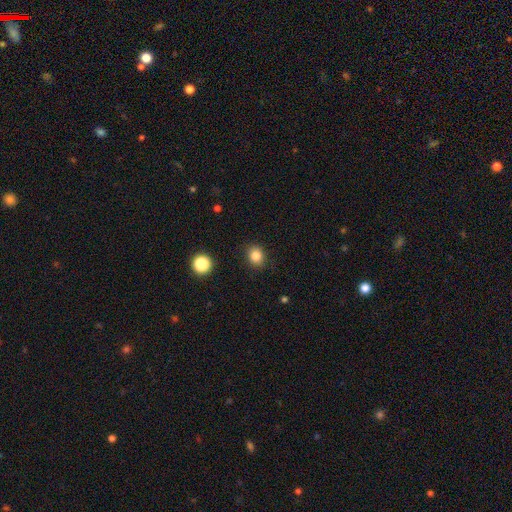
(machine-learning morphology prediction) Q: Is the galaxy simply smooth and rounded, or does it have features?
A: smooth — 83%.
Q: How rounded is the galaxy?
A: round — 69%.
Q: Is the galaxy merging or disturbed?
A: none — 89%.